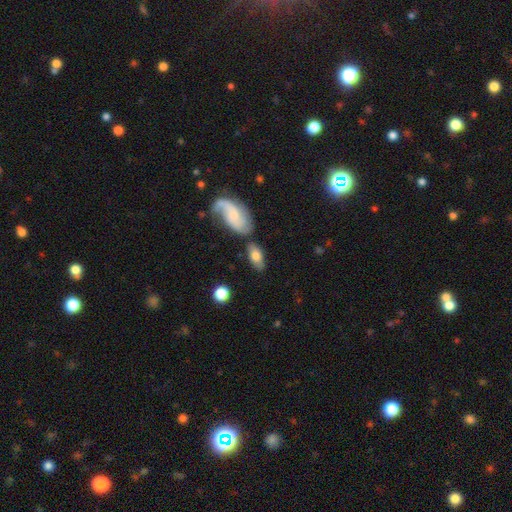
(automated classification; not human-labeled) Smooth or featured? smooth (63%)
How rounded? in between (86%)
Merging? none (66%)